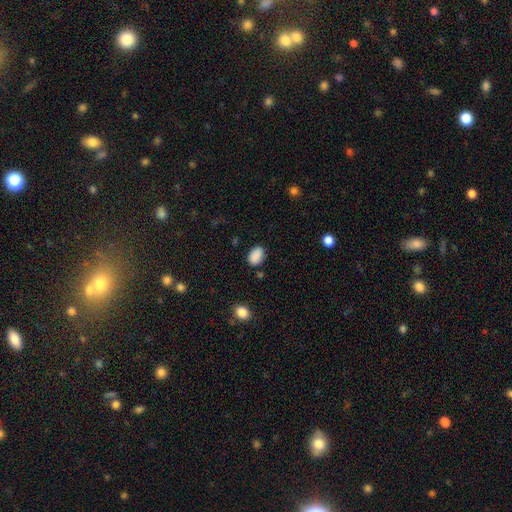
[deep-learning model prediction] Smooth or featured? Predicted: smooth (p=0.89). How rounded? Predicted: in between (p=0.85). Merging? Predicted: none (p=0.82).